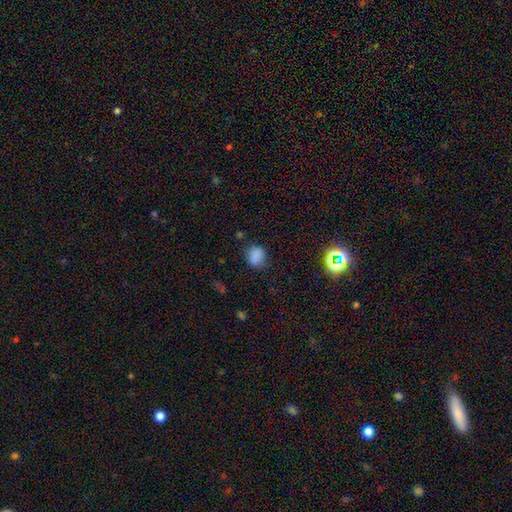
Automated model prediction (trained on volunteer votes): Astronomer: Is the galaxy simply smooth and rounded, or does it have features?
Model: smooth — 82%.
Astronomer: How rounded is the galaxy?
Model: round — 51% (runner-up: in between, 48%).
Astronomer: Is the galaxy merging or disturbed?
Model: none — 73%.